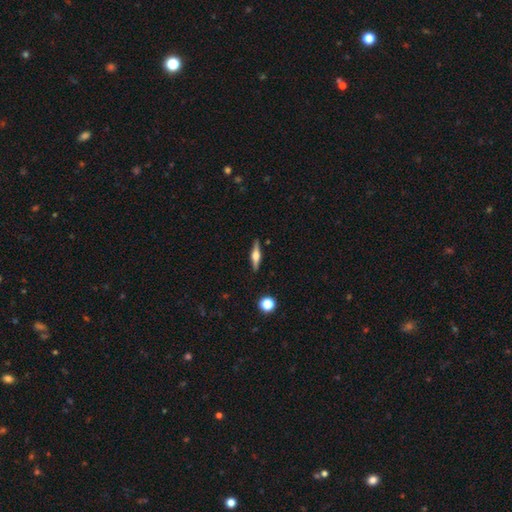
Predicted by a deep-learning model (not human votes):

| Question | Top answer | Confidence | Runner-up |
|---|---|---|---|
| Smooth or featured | featured or disk | 66% | smooth (27%) |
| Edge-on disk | yes | 97% | no (3%) |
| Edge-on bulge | rounded | 87% | boxy (10%) |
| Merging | none | 89% | minor disturbance (8%) |